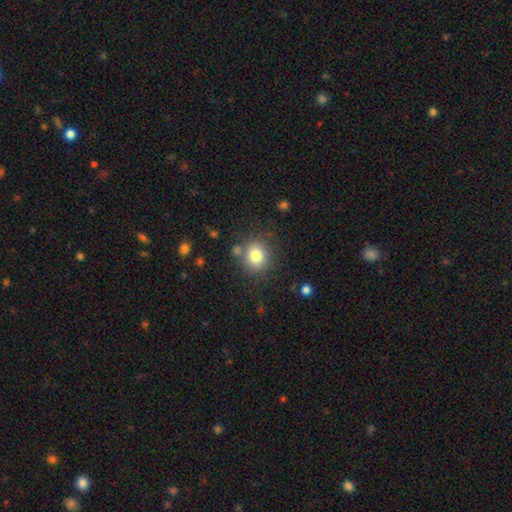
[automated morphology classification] Smooth or featured? smooth (79%)
How rounded? round (79%)
Merging? none (76%)